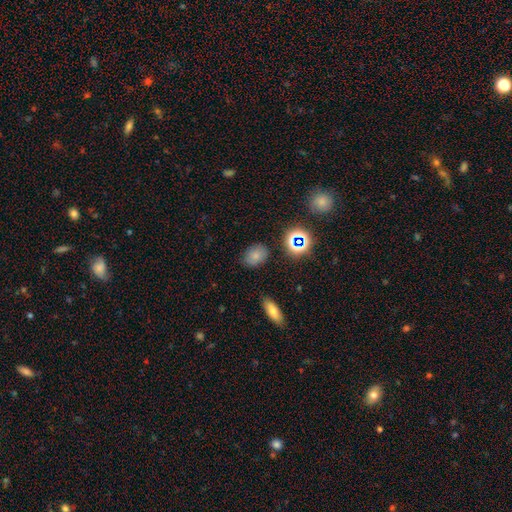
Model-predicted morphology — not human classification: Q: Smooth or featured?
A: smooth (75%); runner-up: star or artifact (16%)
Q: How rounded?
A: in between (69%); runner-up: round (30%)
Q: Merging?
A: none (80%); runner-up: minor disturbance (14%)